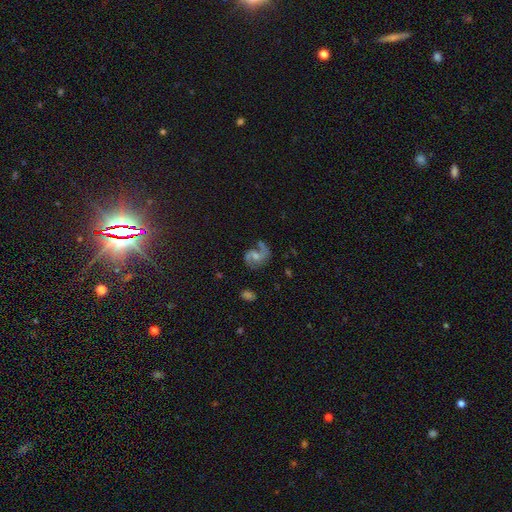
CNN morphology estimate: A featured or disk galaxy (79%) with no bar (50%), 2 (87%) medium (52%) spiral arms (95%) and a moderate central bulge (49%). Merging: none (70%).